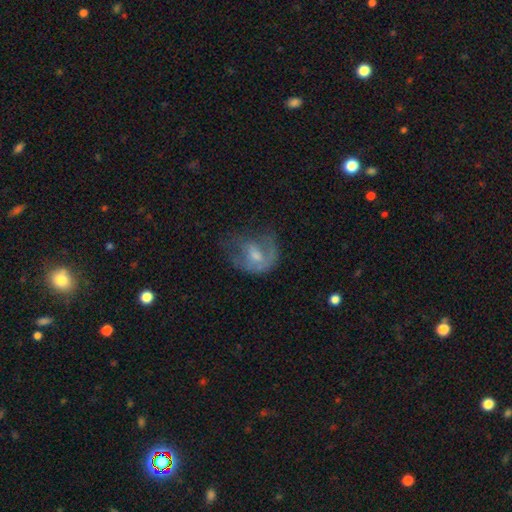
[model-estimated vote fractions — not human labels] This appears to be a featured or disk galaxy (57%) with no bar (58%), spiral arms (62%) and a moderate central bulge (45%). Merging: major disturbance (38%).